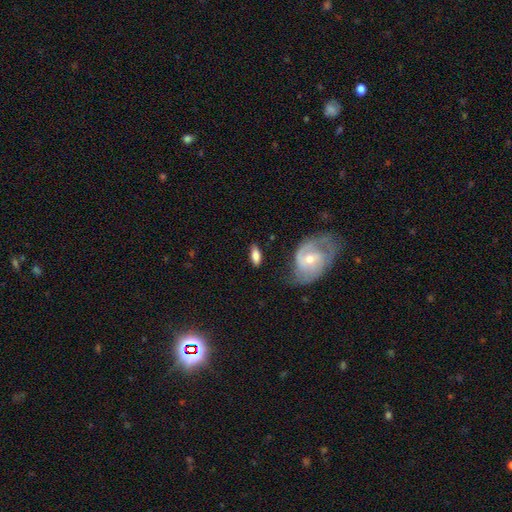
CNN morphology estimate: Q: Smooth or featured?
A: smooth (68%); runner-up: featured or disk (25%)
Q: How rounded?
A: in between (77%); runner-up: cigar-shaped (18%)
Q: Merging?
A: none (71%); runner-up: minor disturbance (18%)